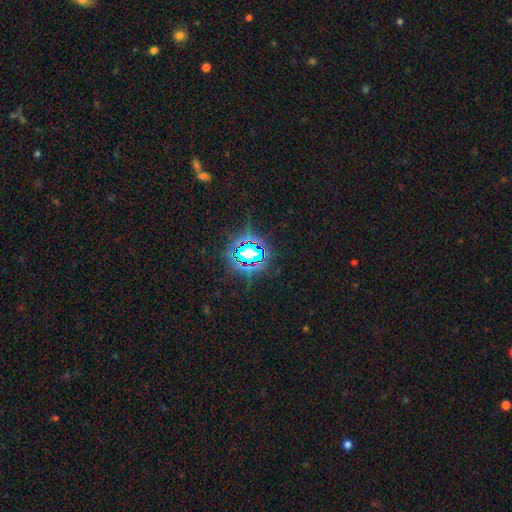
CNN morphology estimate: A star or artifact, not a galaxy (75%).

Vote fractions:
- Smooth or featured? star or artifact: 75% / smooth: 16% / featured or disk: 9%